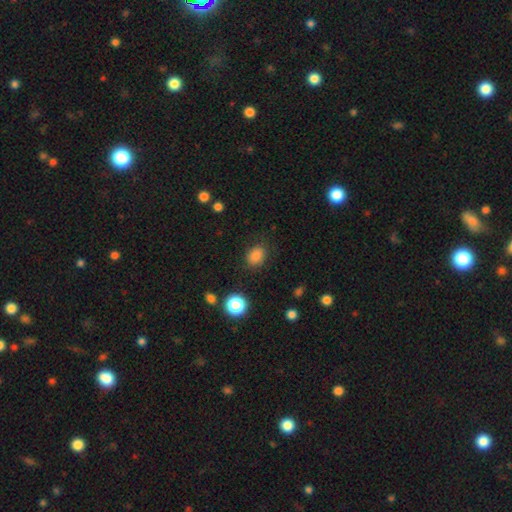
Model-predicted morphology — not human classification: Smooth or featured?
  - smooth: 84% *
  - star or artifact: 12%
  - featured or disk: 4%
How rounded?
  - in between: 52% *
  - round: 47%
  - cigar-shaped: 1%
Merging?
  - none: 82% *
  - minor disturbance: 12%
  - major disturbance: 4%
  - merger: 2%